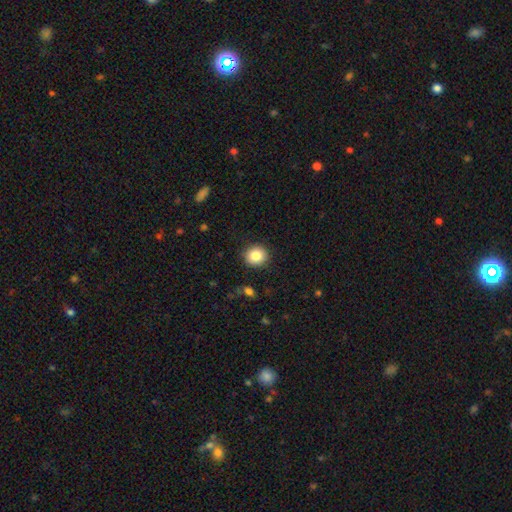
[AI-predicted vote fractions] Overall: smooth (85%). How rounded: round (85%). Merging: none (89%).